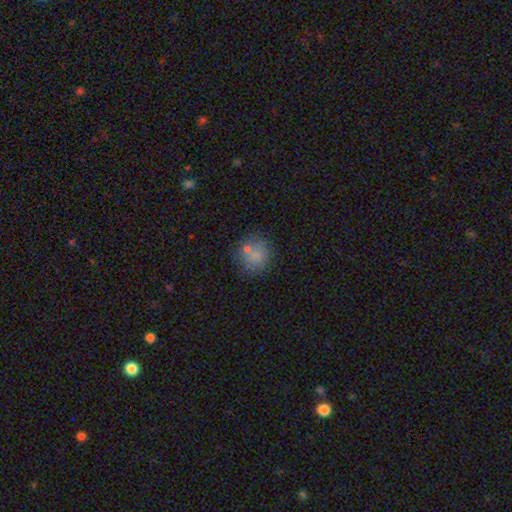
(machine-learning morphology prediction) This is likely a smooth galaxy (76%). How rounded: clearly round (87%). Merging: likely none (66%).